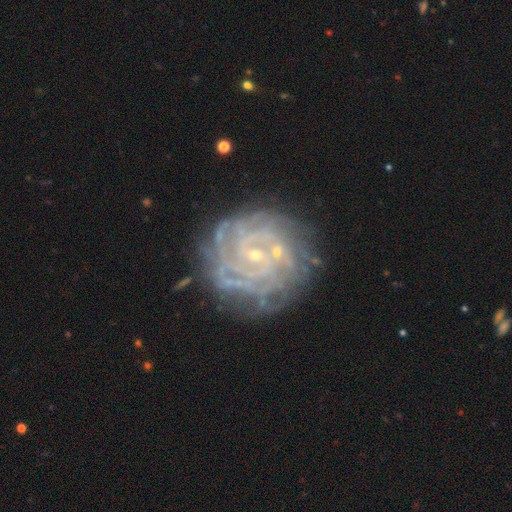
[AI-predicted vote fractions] Overall: featured or disk (85%). Edge-on disk: no (98%). Bar: no (65%; weak 26%). Spiral arms: yes (96%). Spiral arm count: can't tell (31%; more than 4 20%). Spiral winding: tight (82%). Bulge size: small (86%). Merging: none (75%).